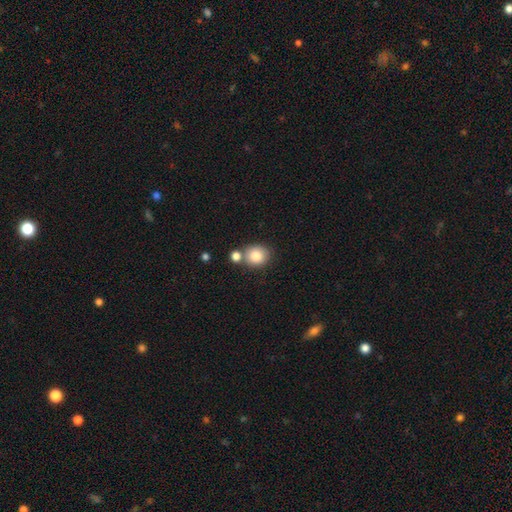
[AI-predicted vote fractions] Smooth or featured?
  - smooth: 83% *
  - star or artifact: 9%
  - featured or disk: 8%
How rounded?
  - round: 72% *
  - in between: 27%
  - cigar-shaped: 1%
Merging?
  - none: 61% *
  - merger: 23%
  - minor disturbance: 12%
  - major disturbance: 4%